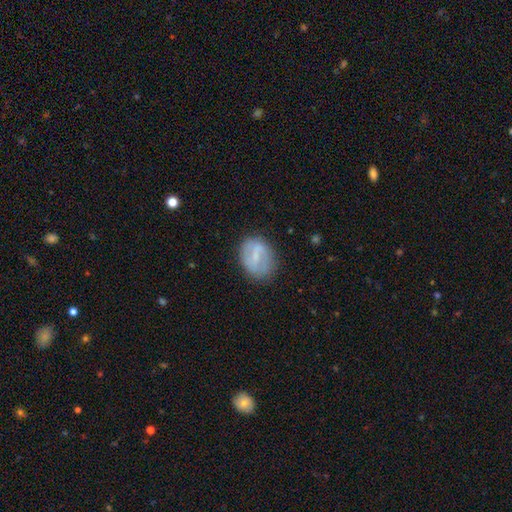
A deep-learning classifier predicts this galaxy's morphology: Smooth or featured: featured or disk — 49% (smooth — 43%)
Merging: none — 74% (minor disturbance — 18%)